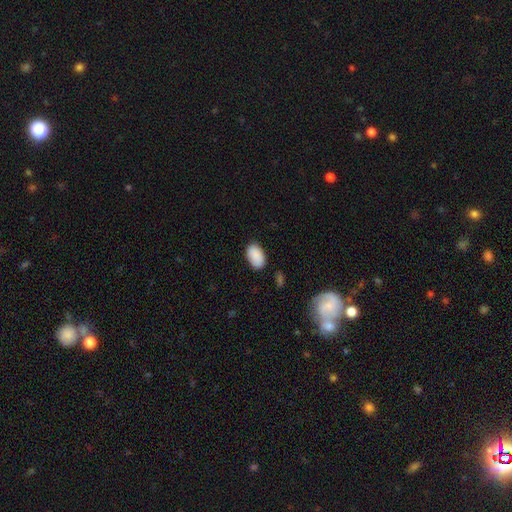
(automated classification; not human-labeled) smooth_or_featured: smooth (p=0.90) [alt: star or artifact p=0.07]
how_rounded: in between (p=0.93) [alt: round p=0.06]
merging: none (p=0.83) [alt: minor disturbance p=0.12]